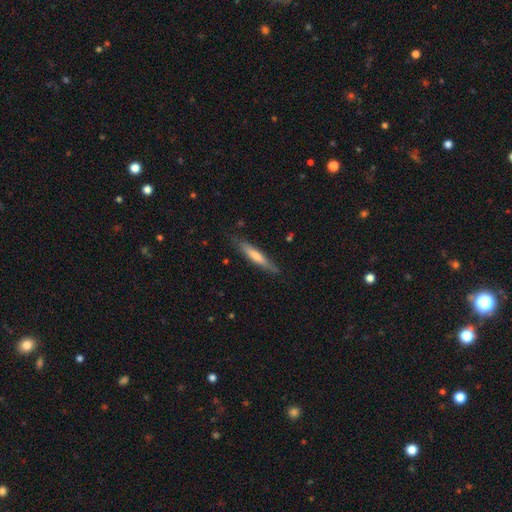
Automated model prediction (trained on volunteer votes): A featured or disk galaxy (48%). Merging: none (84%).